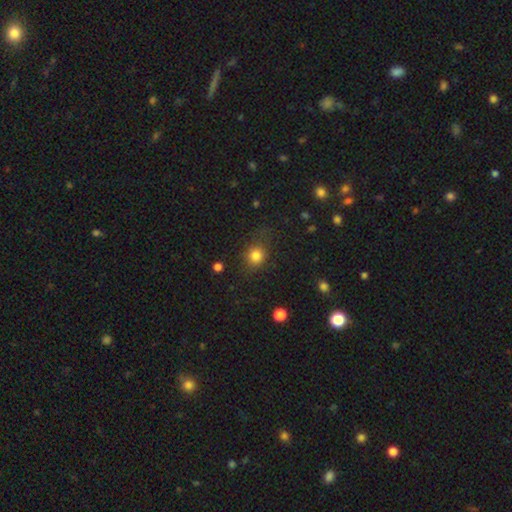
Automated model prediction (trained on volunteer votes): smooth-or-featured: smooth: 81% | star or artifact: 12% | featured or disk: 6%
  how-rounded: round: 77% | in between: 22% | cigar-shaped: 1%
  merging: none: 75% | minor disturbance: 16% | major disturbance: 7% | merger: 2%